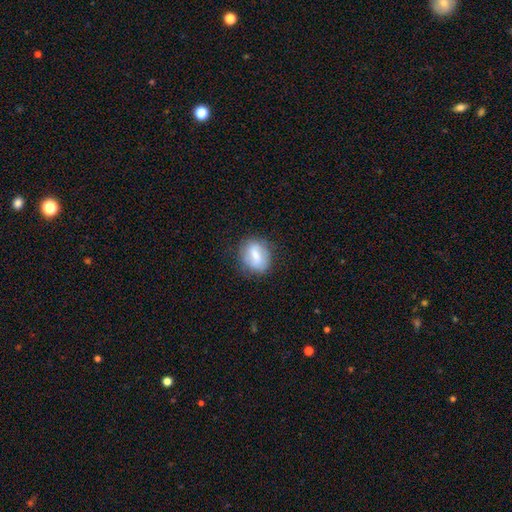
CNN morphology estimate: Smooth or featured?
  - smooth: 58% *
  - featured or disk: 34%
  - star or artifact: 8%
How rounded?
  - in between: 52% *
  - round: 47%
  - cigar-shaped: 2%
Merging?
  - none: 74% *
  - minor disturbance: 19%
  - major disturbance: 6%
  - merger: 1%